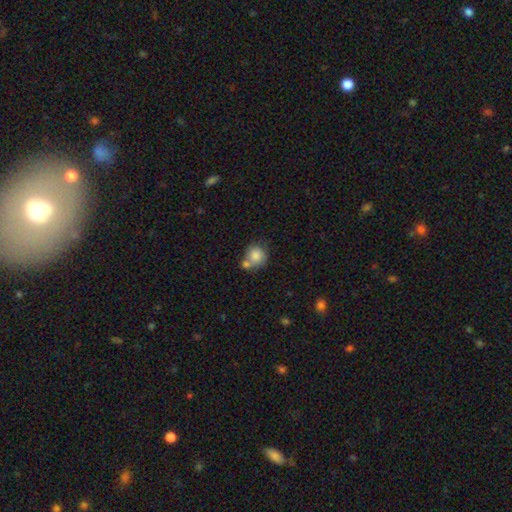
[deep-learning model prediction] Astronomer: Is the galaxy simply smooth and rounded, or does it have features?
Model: smooth — 82%.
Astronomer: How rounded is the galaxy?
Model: round — 82%.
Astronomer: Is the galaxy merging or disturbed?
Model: merger — 42% (runner-up: none, 41%).